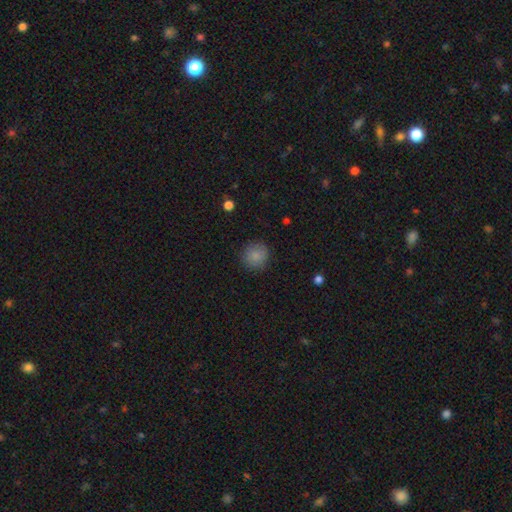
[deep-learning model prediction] This is clearly a smooth galaxy (86%). How rounded: clearly round (92%). Merging: clearly none (88%).